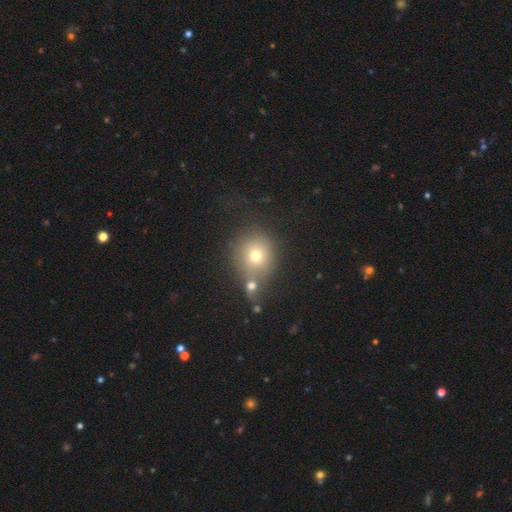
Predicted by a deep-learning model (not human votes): Smooth or featured? smooth (71%)
How rounded? round (84%)
Merging? none (51%)